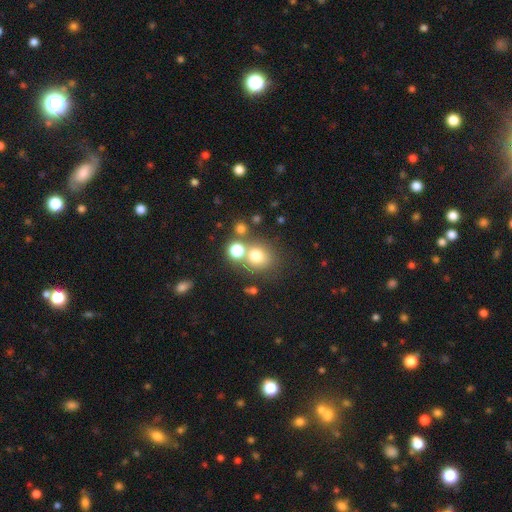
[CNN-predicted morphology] This is likely a smooth galaxy (72%). How rounded: clearly round (82%). Merging: possibly none (58%).